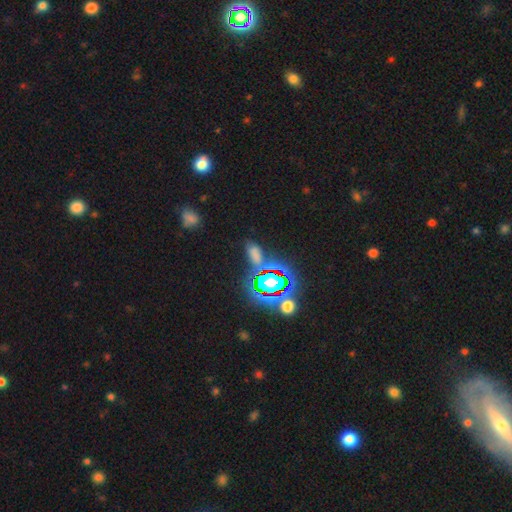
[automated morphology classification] Smooth or featured: star or artifact — 48% (smooth — 41%)